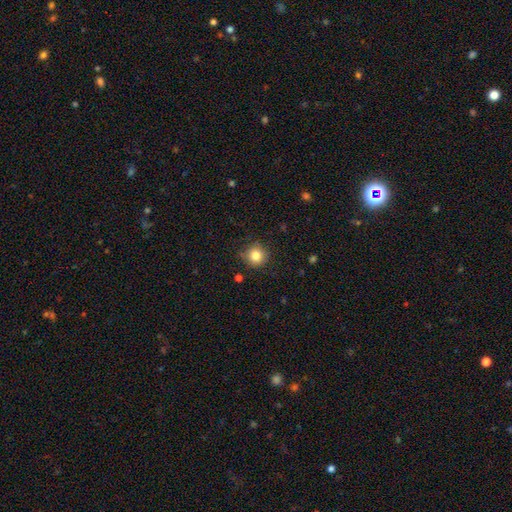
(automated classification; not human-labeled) A smooth galaxy with no disk features (83%) that is round (94%).

Vote fractions:
- Smooth or featured? smooth: 83% / star or artifact: 11% / featured or disk: 6%
- How rounded? round: 94% / in between: 5% / cigar-shaped: 1%
- Merging? none: 86% / minor disturbance: 10% / major disturbance: 2% / merger: 1%